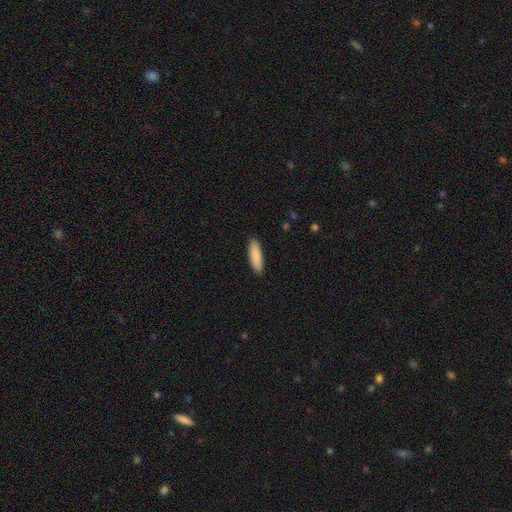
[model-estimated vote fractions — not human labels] A smooth galaxy with no disk features (87%) that is cigar-shaped (65%). Merging: none (90%).